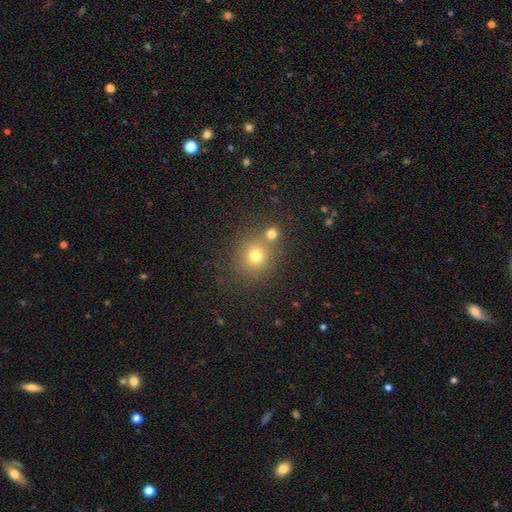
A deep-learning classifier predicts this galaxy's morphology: This is likely a smooth galaxy (73%). How rounded: clearly round (87%). Merging: likely none (65%).